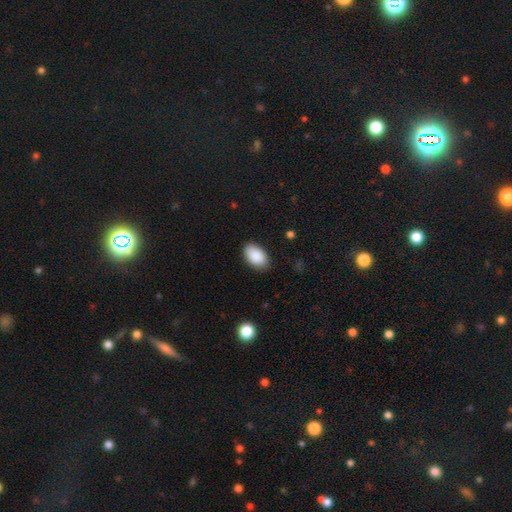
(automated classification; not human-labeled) Overall: smooth (90%). How rounded: in between (94%). Merging: none (85%).